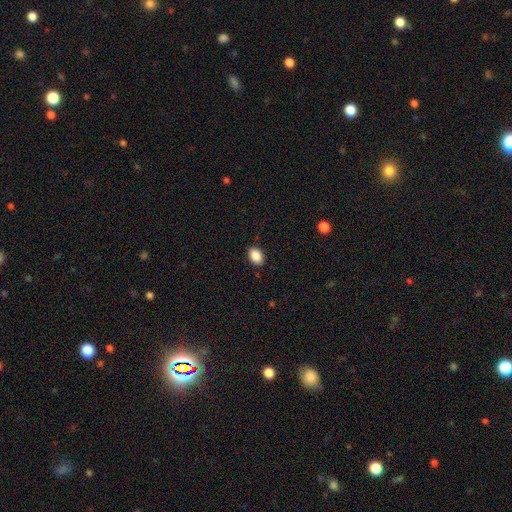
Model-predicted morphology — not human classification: Smooth or featured: smooth — 89% (star or artifact — 8%)
How rounded: in between — 82% (round — 16%)
Merging: none — 88% (minor disturbance — 9%)